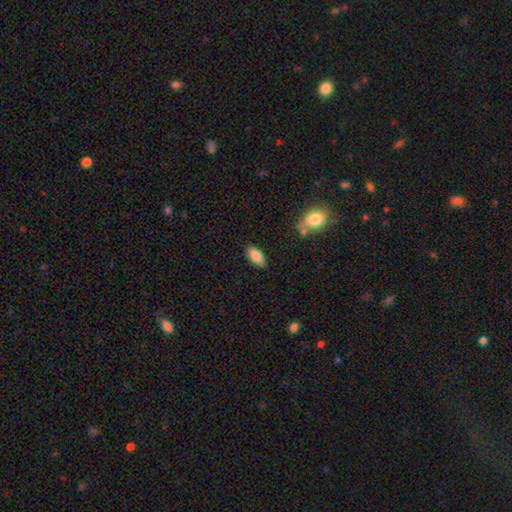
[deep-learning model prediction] smooth 84%, featured or disk 9%, star or artifact 7%. Down the decision tree: how rounded — in between (88%); merging — none (85%).